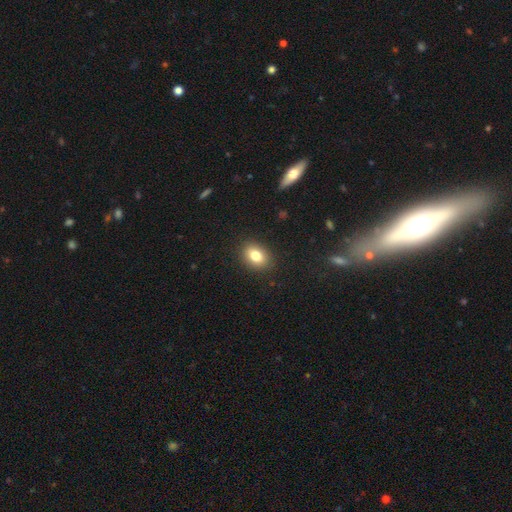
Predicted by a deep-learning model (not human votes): A smooth galaxy with no disk features (81%) that is in between round and cigar-shaped (71%). Merging: none (89%).